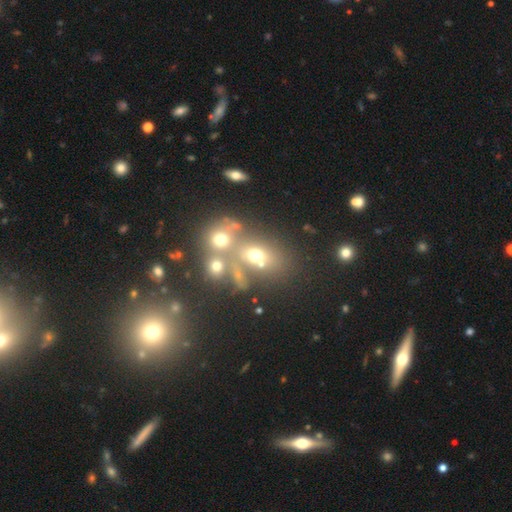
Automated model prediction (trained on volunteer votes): smooth_or_featured: smooth (p=0.59) [alt: star or artifact p=0.21]
how_rounded: round (p=0.50) [alt: in between p=0.48]
merging: merger (p=0.51) [alt: none p=0.33]